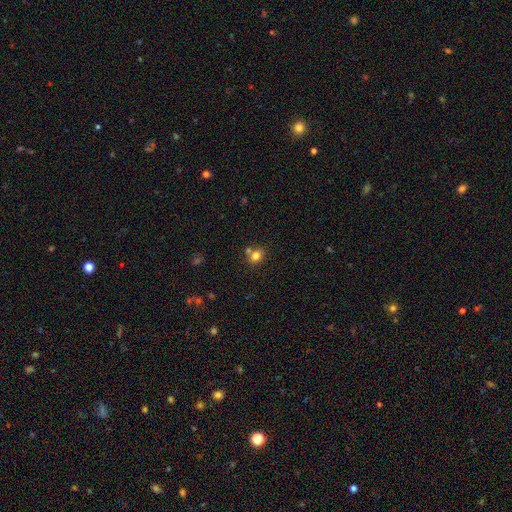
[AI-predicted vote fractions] The model was most divided on "how rounded": round: 58%, in between: 41%, cigar-shaped: 1%. More confident: smooth or featured — smooth (78%); merging — none (58%).